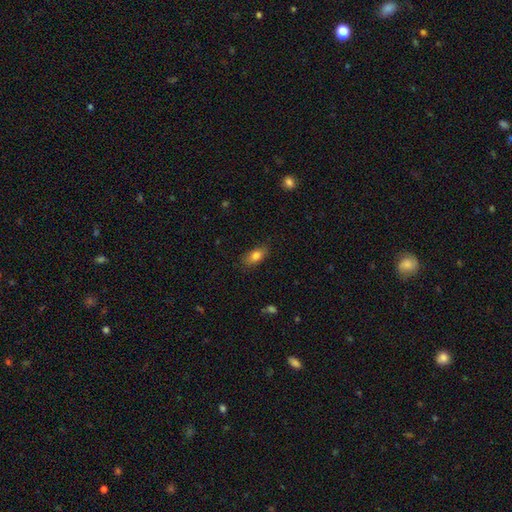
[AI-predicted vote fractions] smooth_or_featured: smooth (p=0.82) [alt: featured or disk p=0.10]
how_rounded: in between (p=0.85) [alt: cigar-shaped p=0.08]
merging: none (p=0.80) [alt: minor disturbance p=0.15]